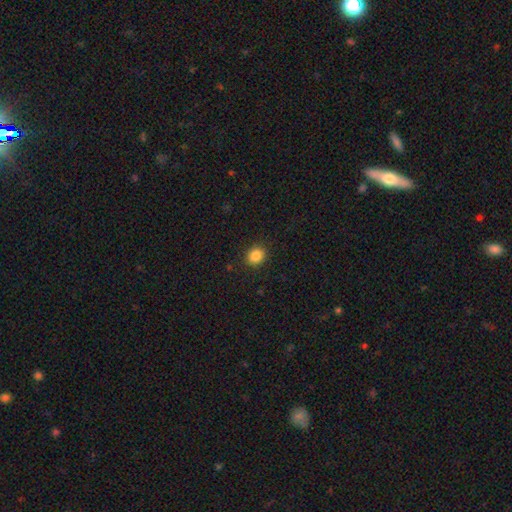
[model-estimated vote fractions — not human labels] Smooth or featured? smooth (86%)
How rounded? round (69%)
Merging? none (90%)